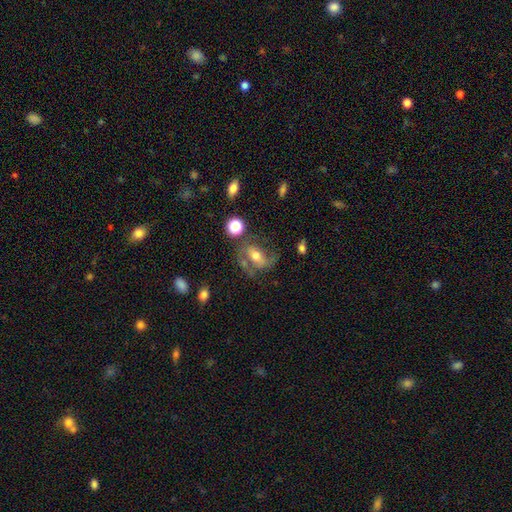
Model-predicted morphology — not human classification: Smooth or featured? featured or disk (61%)
Edge-on disk? no (94%)
Bar? no (37%)
Spiral arms? yes (78%)
Bulge size? moderate (64%)
Merging? none (51%)